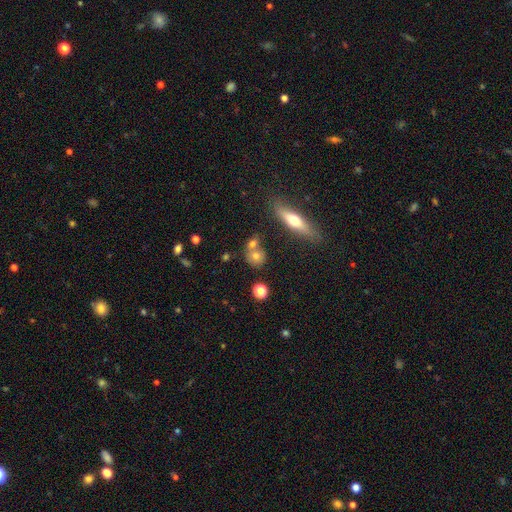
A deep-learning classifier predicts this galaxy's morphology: Smooth or featured? Predicted: smooth (p=0.67). How rounded? Predicted: round (p=0.77). Merging? Predicted: none (p=0.60).